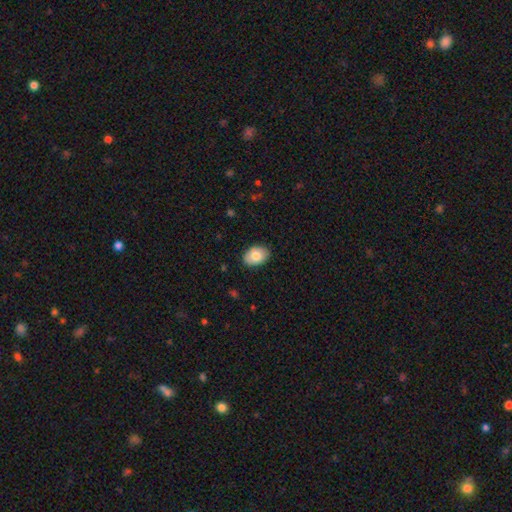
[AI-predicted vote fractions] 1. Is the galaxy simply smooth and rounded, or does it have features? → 80% smooth, 13% featured or disk, 7% star or artifact.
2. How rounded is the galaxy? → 82% in between, 17% round, 1% cigar-shaped.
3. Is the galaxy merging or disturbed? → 87% none, 10% minor disturbance, 2% major disturbance, 1% merger.